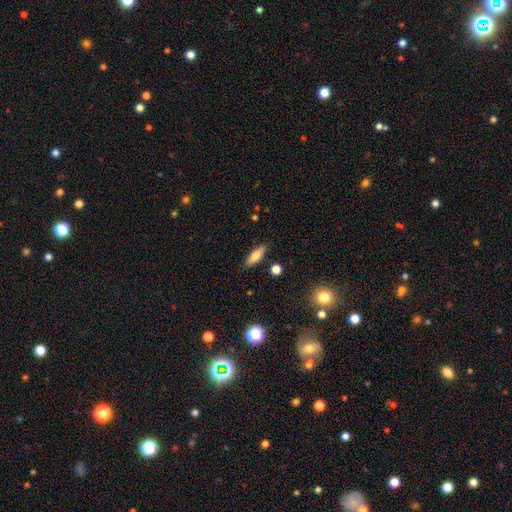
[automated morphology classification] This appears to be a smooth galaxy with no disk features (76%) that is in between round and cigar-shaped (56%). Merging: none (86%).